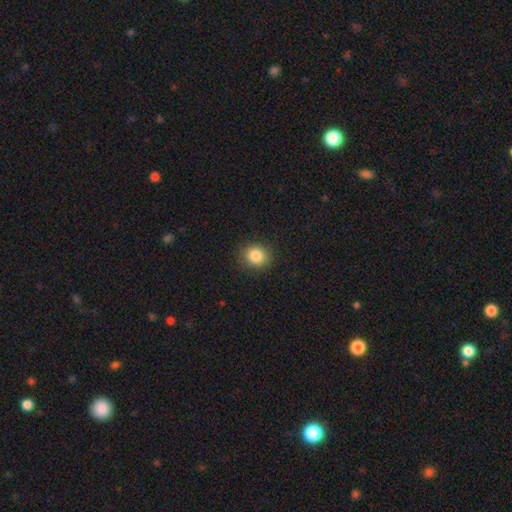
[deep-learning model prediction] Morphology: type=smooth (85%); roundness=round (78%); merging=none (88%).